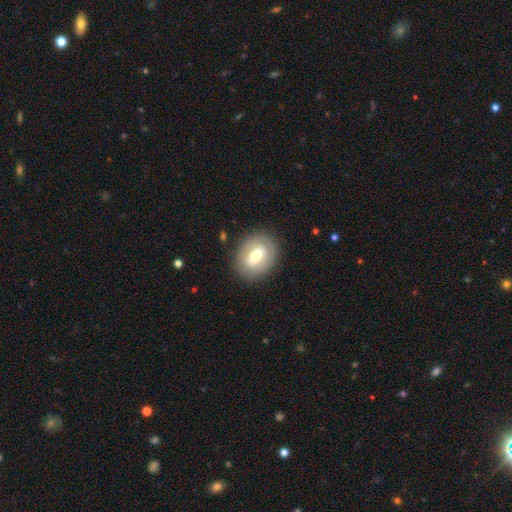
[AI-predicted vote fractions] Smooth or featured: smooth — 51% (featured or disk — 42%)
How rounded: in between — 69% (round — 29%)
Merging: none — 85% (minor disturbance — 10%)